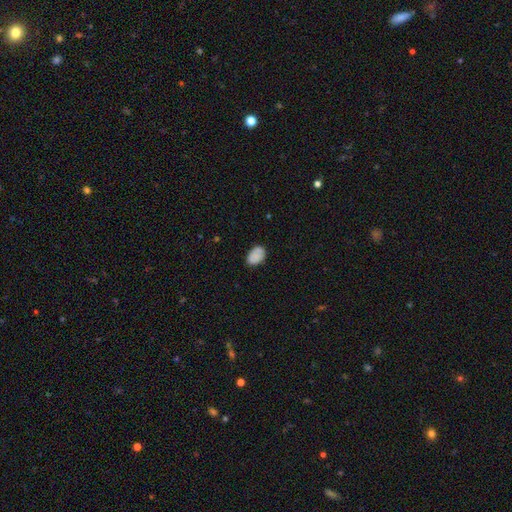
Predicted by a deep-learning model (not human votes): A smooth galaxy with no disk features (83%) that is in between round and cigar-shaped (87%). Merging: none (76%).